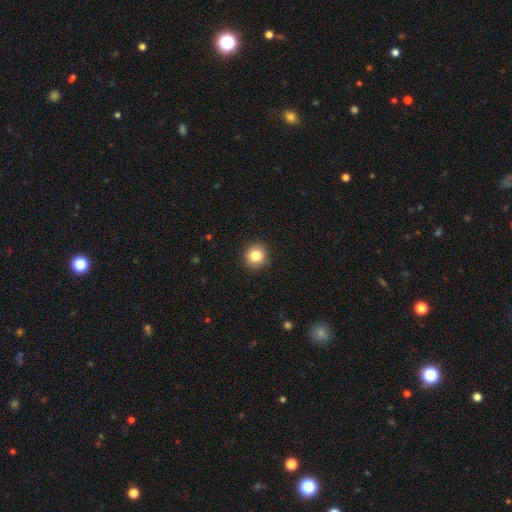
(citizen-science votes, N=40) This appears to be a smooth galaxy with no disk features (82%) that is round (91%). Merging: none (97%).